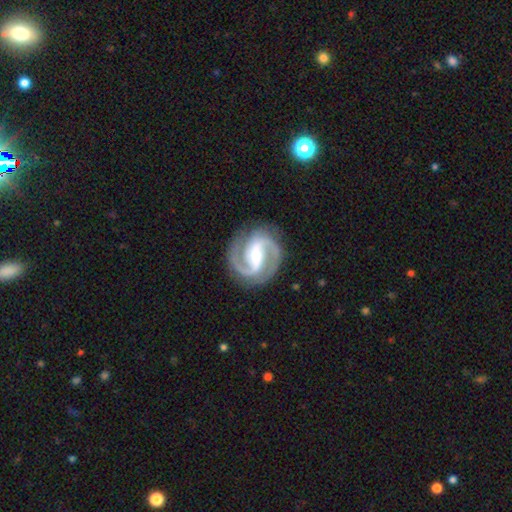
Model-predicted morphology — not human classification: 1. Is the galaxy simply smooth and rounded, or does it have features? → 93% featured or disk, 4% star or artifact, 3% smooth.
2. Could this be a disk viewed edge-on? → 98% no, 2% yes.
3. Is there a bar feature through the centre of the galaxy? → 51% strong, 34% weak, 15% no.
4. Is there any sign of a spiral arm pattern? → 98% yes, 2% no.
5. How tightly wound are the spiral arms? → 56% medium, 36% tight, 8% loose.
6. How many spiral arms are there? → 92% 2, 3% 3, 2% can't tell, 1% 1, 1% 4, 1% more than 4.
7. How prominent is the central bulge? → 52% moderate, 43% small, 3% large, 1% none, 1% dominant.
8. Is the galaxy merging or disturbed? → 87% none, 9% minor disturbance, 3% major disturbance, 1% merger.